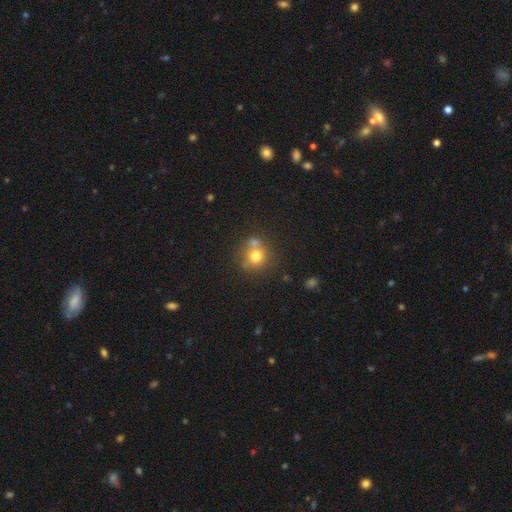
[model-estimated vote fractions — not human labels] A smooth galaxy with no disk features (73%) that is round (86%). Merging: none (53%).